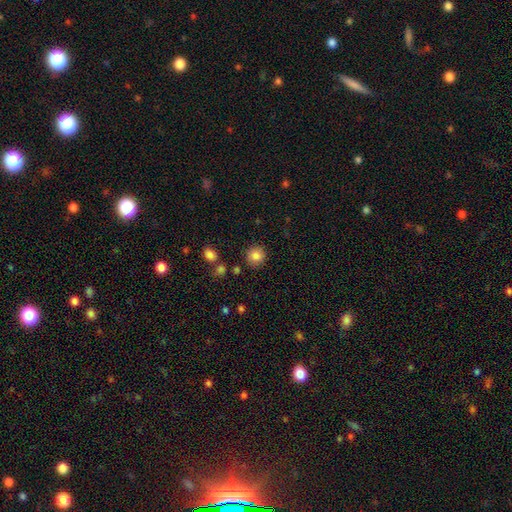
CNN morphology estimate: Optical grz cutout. It shows a smooth galaxy with no disk features (85%) that is round (91%). Merging: none (87%).